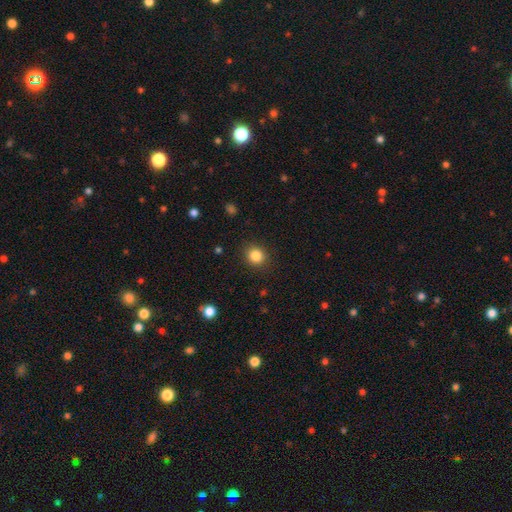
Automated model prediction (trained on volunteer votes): Q: Smooth or featured?
A: smooth (85%); runner-up: star or artifact (11%)
Q: How rounded?
A: round (85%); runner-up: in between (15%)
Q: Merging?
A: none (88%); runner-up: minor disturbance (8%)